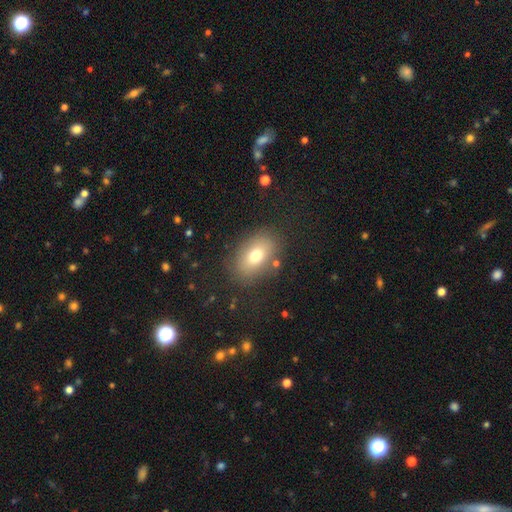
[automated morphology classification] smooth_or_featured: smooth (p=0.72) [alt: featured or disk p=0.17]
how_rounded: in between (p=0.82) [alt: round p=0.16]
merging: none (p=0.79) [alt: minor disturbance p=0.13]